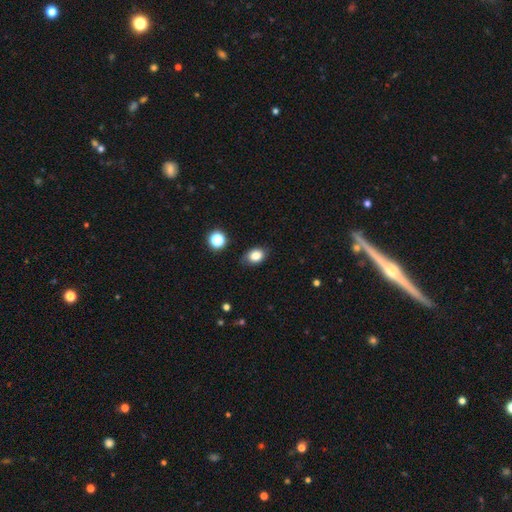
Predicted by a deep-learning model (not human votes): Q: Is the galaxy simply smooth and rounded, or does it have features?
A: smooth — 83%.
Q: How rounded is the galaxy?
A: in between — 68%.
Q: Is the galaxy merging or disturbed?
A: none — 78%.